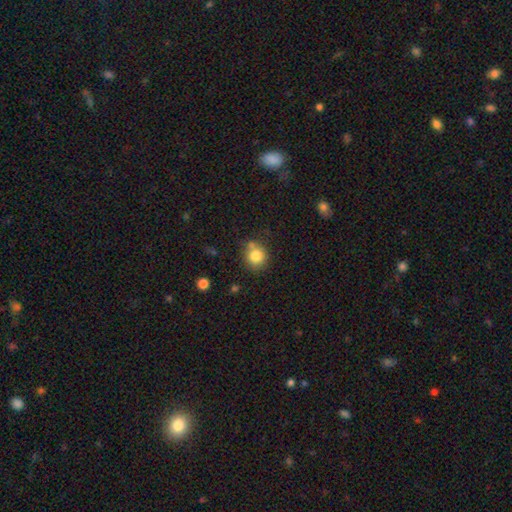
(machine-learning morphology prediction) Smooth or featured?
  - smooth: 82% *
  - star or artifact: 10%
  - featured or disk: 8%
How rounded?
  - round: 87% *
  - in between: 12%
  - cigar-shaped: 1%
Merging?
  - none: 66% *
  - minor disturbance: 15%
  - merger: 14%
  - major disturbance: 4%